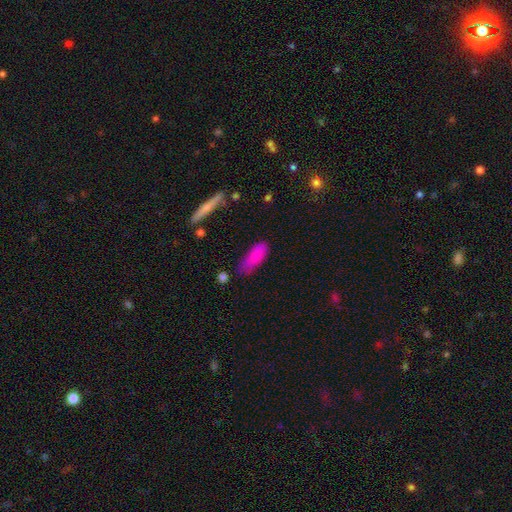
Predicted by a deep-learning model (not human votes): Morphology: type=smooth (84%); roundness=in between (68%); merging=none (52%).